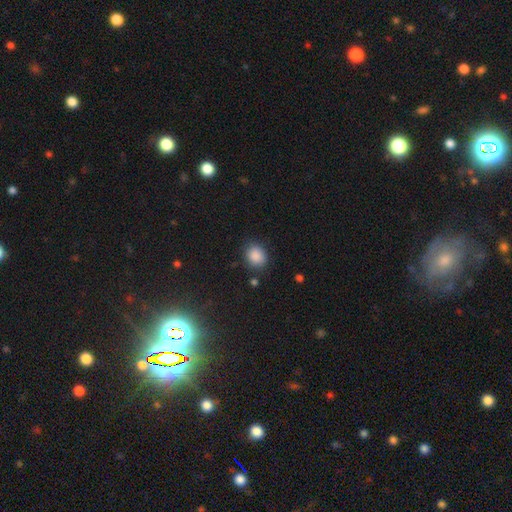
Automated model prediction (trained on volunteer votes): smooth_or_featured: smooth (p=0.87) [alt: star or artifact p=0.09]
how_rounded: round (p=0.62) [alt: in between p=0.37]
merging: none (p=0.82) [alt: minor disturbance p=0.12]